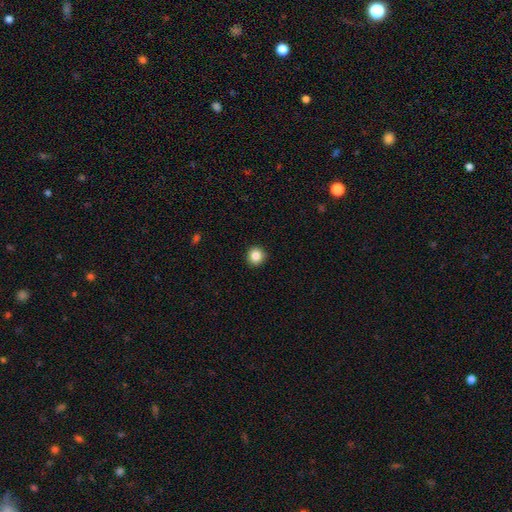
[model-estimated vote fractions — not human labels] smooth-or-featured: smooth: 85% | star or artifact: 10% | featured or disk: 5%
  how-rounded: round: 94% | in between: 5% | cigar-shaped: 1%
  merging: none: 93% | minor disturbance: 5% | major disturbance: 1% | merger: 1%